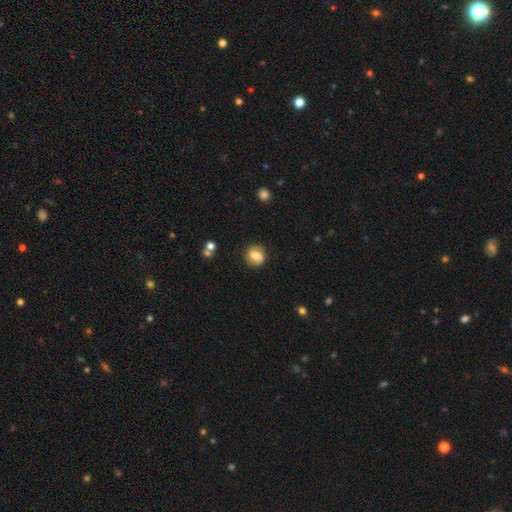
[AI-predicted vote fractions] The model was most divided on "smooth or featured": smooth: 57%, featured or disk: 34%, star or artifact: 8%. More confident: merging — none (81%); how rounded — round (65%).